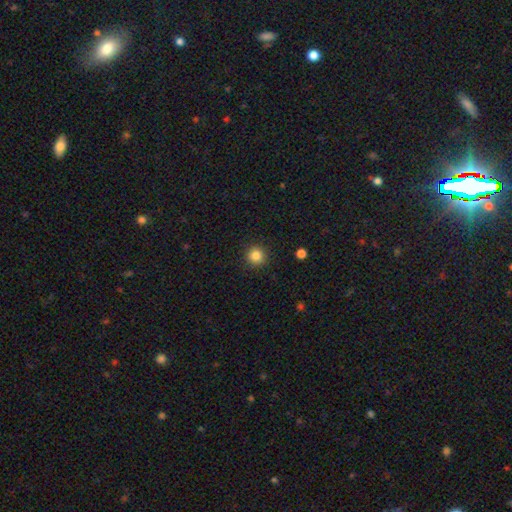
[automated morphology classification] type=smooth (84%); roundness=round (94%); merging=none (91%).